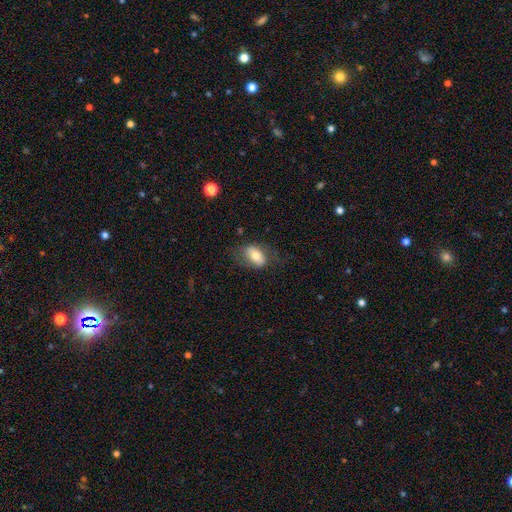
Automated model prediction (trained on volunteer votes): Smooth or featured? Predicted: smooth (p=0.68). How rounded? Predicted: in between (p=0.88). Merging? Predicted: none (p=0.66).